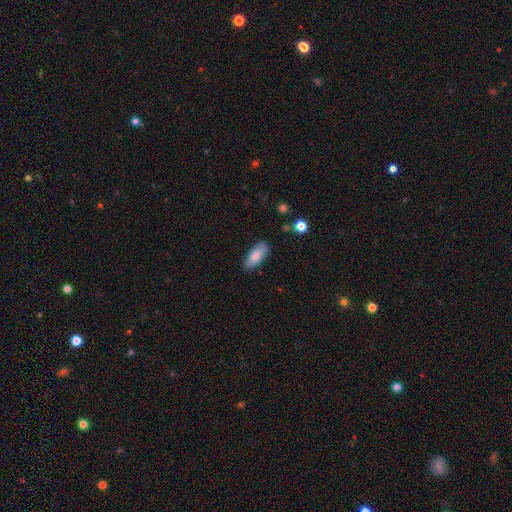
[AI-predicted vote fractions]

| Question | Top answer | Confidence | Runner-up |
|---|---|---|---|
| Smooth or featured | smooth | 83% | featured or disk (11%) |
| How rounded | in between | 82% | cigar-shaped (16%) |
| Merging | none | 82% | minor disturbance (13%) |